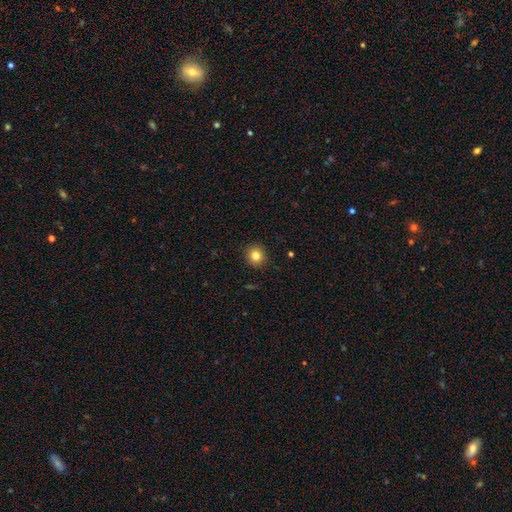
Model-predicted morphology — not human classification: Smooth or featured?
  - smooth: 82% *
  - star or artifact: 11%
  - featured or disk: 6%
How rounded?
  - round: 92% *
  - in between: 7%
  - cigar-shaped: 1%
Merging?
  - none: 92% *
  - minor disturbance: 5%
  - major disturbance: 2%
  - merger: 1%